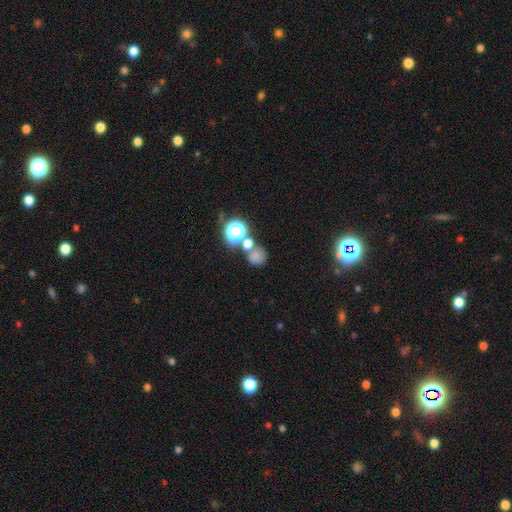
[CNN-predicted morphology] smooth 68%, star or artifact 23%, featured or disk 9%. Down the decision tree: how rounded — round (84%); merging — none (56%).